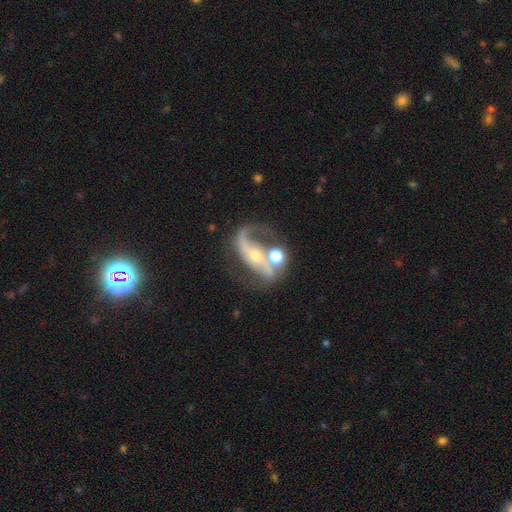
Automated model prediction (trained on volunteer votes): smooth-or-featured: featured or disk: 85% | smooth: 8% | star or artifact: 7%
  disk-edge-on: no: 95% | yes: 5%
    bar: strong: 40% | no: 34% | weak: 26%
    has-spiral-arms: yes: 93% | no: 7%
      spiral-winding: loose: 56% | medium: 34% | tight: 9%
      spiral-arm-count: 2: 75% | 1: 19% | can't tell: 3% | 3: 1% | 4: 1% | more than 4: 1%
    bulge-size: small: 47% | moderate: 46% | large: 3% | none: 2% | dominant: 1%
  merging: none: 46% | merger: 22% | major disturbance: 17% | minor disturbance: 15%